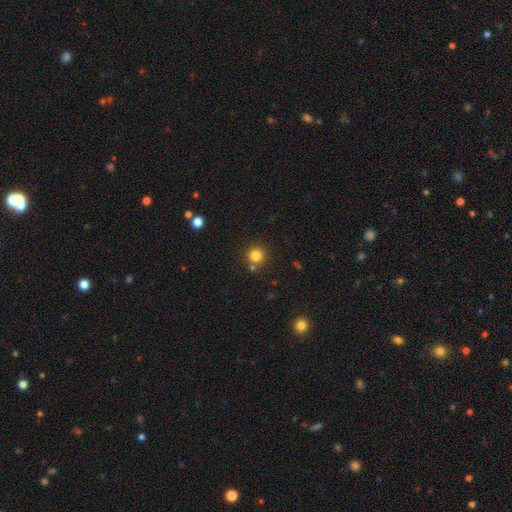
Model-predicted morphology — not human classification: smooth-or-featured: smooth: 81% | star or artifact: 13% | featured or disk: 6%
  how-rounded: round: 91% | in between: 8% | cigar-shaped: 1%
  merging: none: 78% | merger: 11% | minor disturbance: 8% | major disturbance: 3%